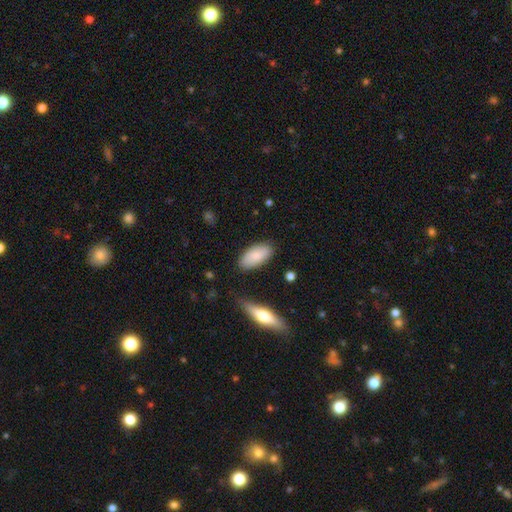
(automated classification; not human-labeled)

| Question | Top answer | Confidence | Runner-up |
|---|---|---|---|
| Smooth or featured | smooth | 83% | featured or disk (12%) |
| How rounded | in between | 89% | cigar-shaped (9%) |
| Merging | none | 81% | minor disturbance (13%) |